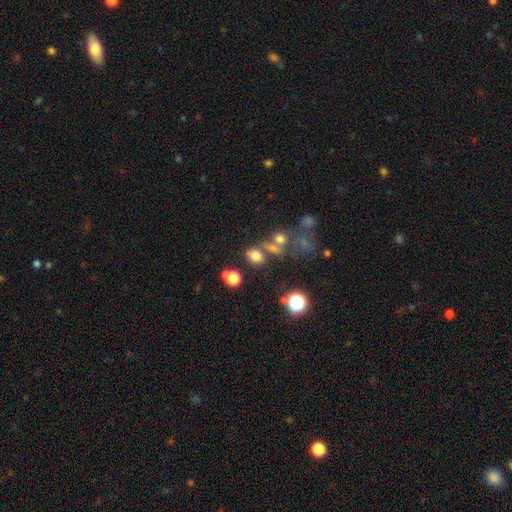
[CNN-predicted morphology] Smooth or featured?
  - smooth: 71% *
  - star or artifact: 19%
  - featured or disk: 10%
How rounded?
  - in between: 55% *
  - round: 44%
  - cigar-shaped: 2%
Merging?
  - none: 57% *
  - merger: 22%
  - minor disturbance: 14%
  - major disturbance: 7%